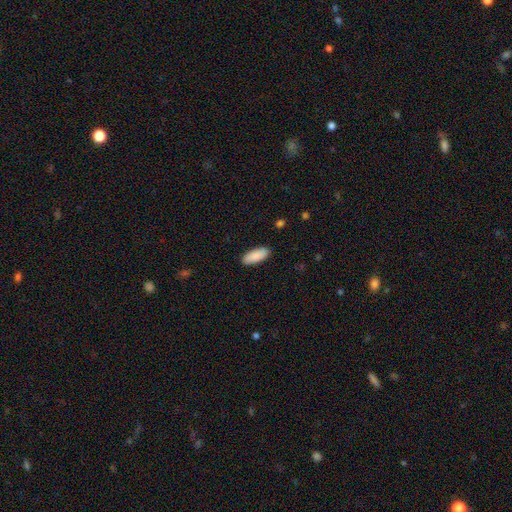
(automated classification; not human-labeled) Smooth or featured? Predicted: smooth (p=0.89). How rounded? Predicted: in between (p=0.82). Merging? Predicted: none (p=0.90).